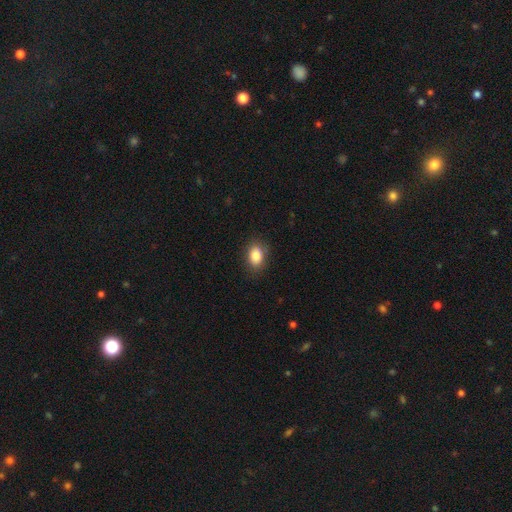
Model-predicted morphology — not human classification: smooth_or_featured: smooth (p=0.84) [alt: star or artifact p=0.08]
how_rounded: in between (p=0.78) [alt: round p=0.21]
merging: none (p=0.83) [alt: minor disturbance p=0.13]